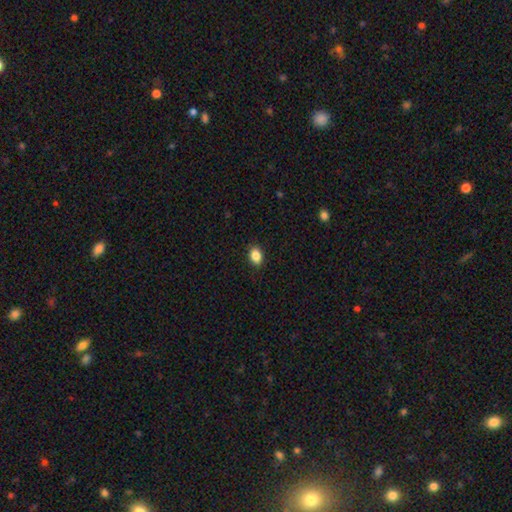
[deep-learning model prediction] Q: Smooth or featured?
A: smooth (87%); runner-up: star or artifact (9%)
Q: How rounded?
A: in between (76%); runner-up: round (23%)
Q: Merging?
A: none (89%); runner-up: minor disturbance (8%)